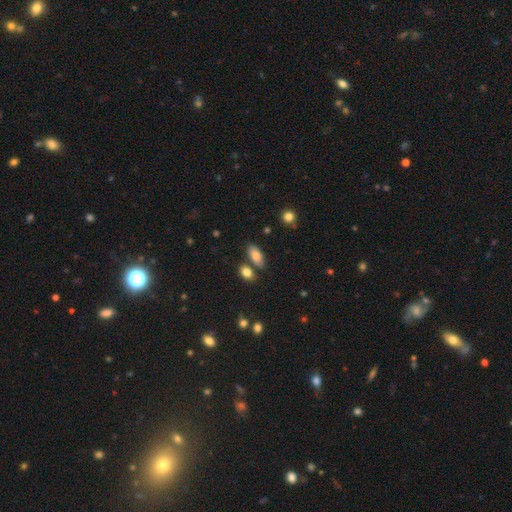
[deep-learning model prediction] Smooth or featured?
  - smooth: 82% *
  - featured or disk: 10%
  - star or artifact: 8%
How rounded?
  - in between: 89% *
  - cigar-shaped: 7%
  - round: 4%
Merging?
  - none: 69% *
  - merger: 15%
  - minor disturbance: 12%
  - major disturbance: 3%